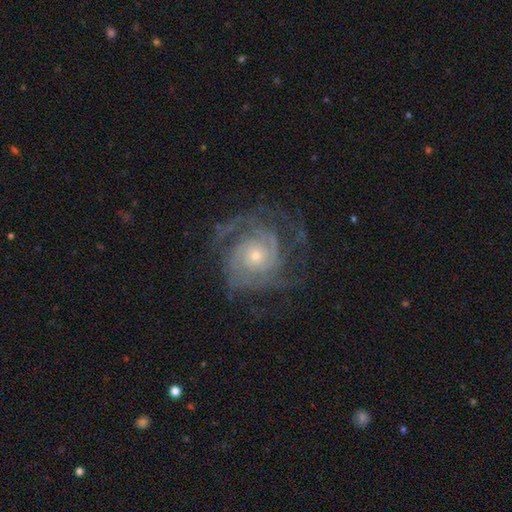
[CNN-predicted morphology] Smooth or featured?
  - featured or disk: 89% *
  - smooth: 6%
  - star or artifact: 5%
Edge-on disk?
  - no: 97% *
  - yes: 3%
Bar?
  - no: 79% *
  - weak: 17%
  - strong: 4%
Spiral arms?
  - yes: 97% *
  - no: 3%
Spiral winding?
  - tight: 67% *
  - medium: 27%
  - loose: 6%
Spiral arm count?
  - 2: 27% *
  - 3: 23%
  - can't tell: 23%
  - 4: 13%
  - more than 4: 7%
  - 1: 7%
Bulge size?
  - small: 62% *
  - moderate: 33%
  - large: 3%
  - none: 1%
  - dominant: 1%
Merging?
  - none: 68% *
  - minor disturbance: 17%
  - major disturbance: 14%
  - merger: 1%